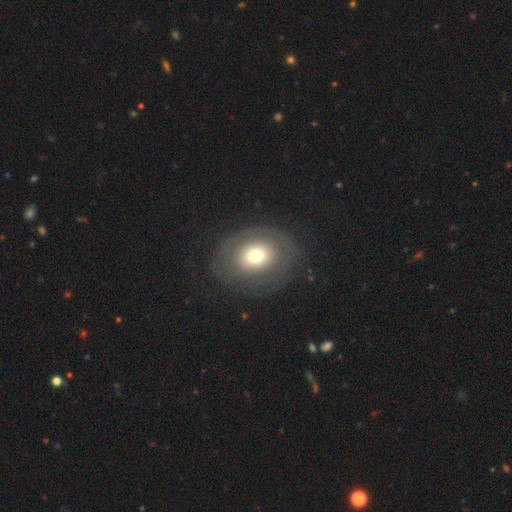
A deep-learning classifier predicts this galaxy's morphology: A smooth galaxy with no disk features (57%) that is in between round and cigar-shaped (53%).

Vote fractions:
- Smooth or featured? smooth: 57% / featured or disk: 33% / star or artifact: 10%
- How rounded? in between: 53% / round: 46% / cigar-shaped: 1%
- Merging? none: 75% / minor disturbance: 13% / major disturbance: 10% / merger: 1%